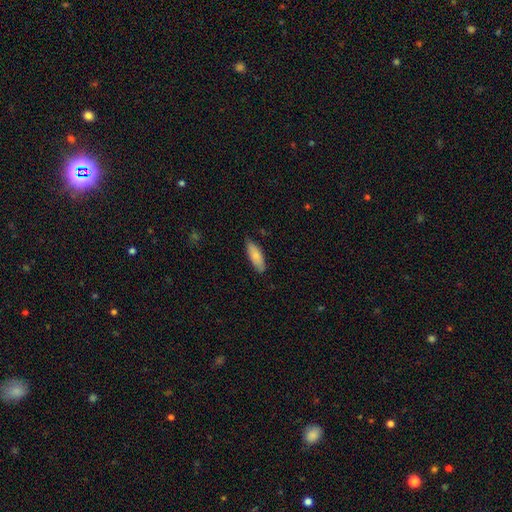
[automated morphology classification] smooth-or-featured: smooth: 79% | featured or disk: 15% | star or artifact: 6%
  how-rounded: in between: 70% | cigar-shaped: 28% | round: 2%
  merging: none: 80% | minor disturbance: 17% | major disturbance: 2% | merger: 1%